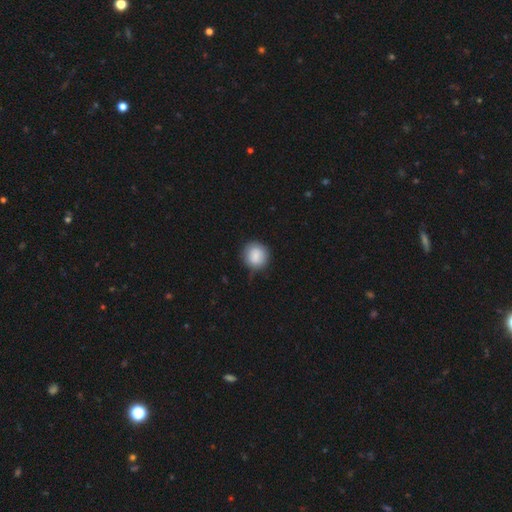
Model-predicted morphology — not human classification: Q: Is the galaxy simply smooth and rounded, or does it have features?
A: smooth — 84%.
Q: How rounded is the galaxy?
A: round — 89%.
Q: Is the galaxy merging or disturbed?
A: none — 75%.